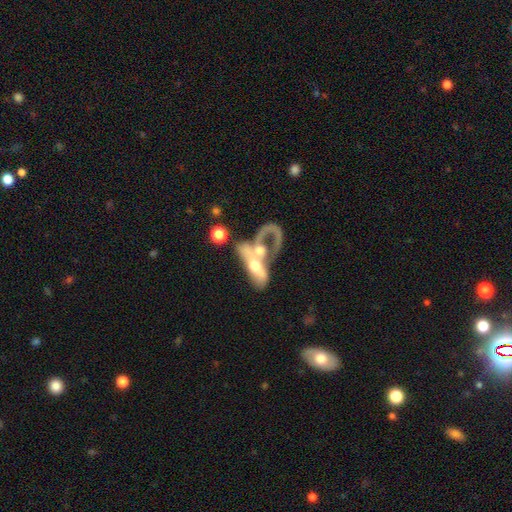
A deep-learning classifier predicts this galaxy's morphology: featured or disk 62%, smooth 29%, star or artifact 9%. Down the decision tree: edge-on disk — no (86%); bar — no (74%); spiral arms — no (64%); bulge size — moderate (56%); merging — merger (66%).